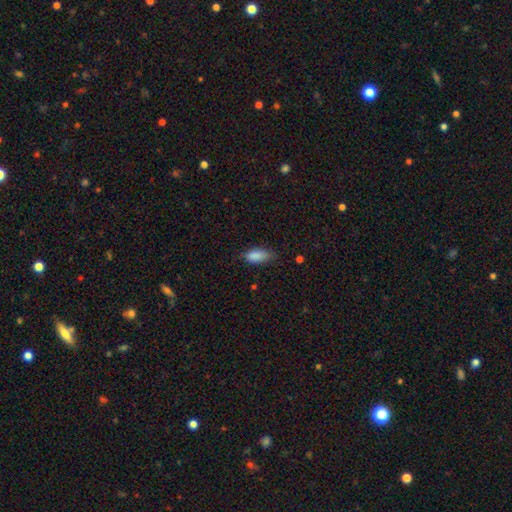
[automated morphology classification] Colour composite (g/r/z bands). It shows a smooth galaxy with no disk features (86%) that is in between round and cigar-shaped (86%). Merging: none (62%).